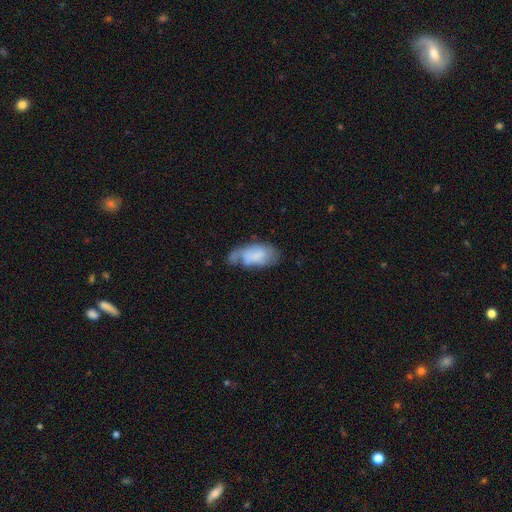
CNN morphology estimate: Smooth or featured?
  - smooth: 63% *
  - featured or disk: 30%
  - star or artifact: 7%
How rounded?
  - in between: 92% *
  - cigar-shaped: 5%
  - round: 3%
Merging?
  - minor disturbance: 33% *
  - none: 30%
  - major disturbance: 26%
  - merger: 11%